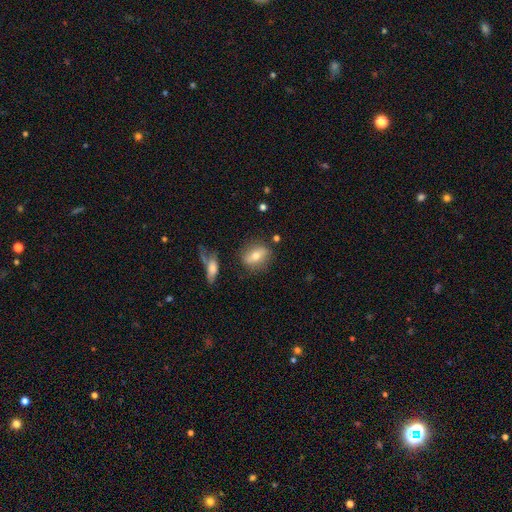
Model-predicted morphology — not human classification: A smooth galaxy with no disk features (56%) that is in between round and cigar-shaped (65%). Merging: none (77%).